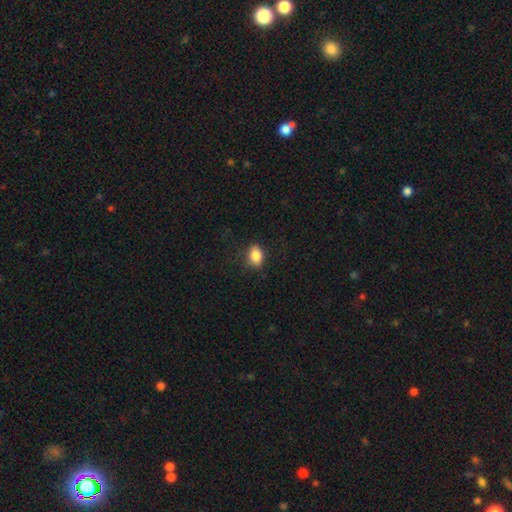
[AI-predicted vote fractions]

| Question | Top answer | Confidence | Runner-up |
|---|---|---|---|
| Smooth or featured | smooth | 84% | star or artifact (9%) |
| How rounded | in between | 74% | round (24%) |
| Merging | none | 74% | minor disturbance (20%) |